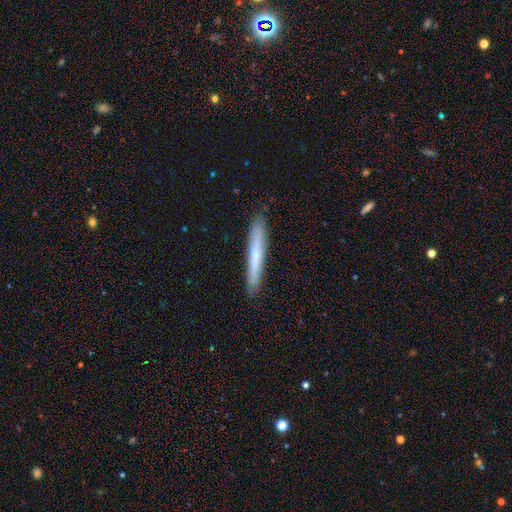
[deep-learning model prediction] smooth_or_featured: smooth (p=0.57) [alt: featured or disk p=0.36]
how_rounded: cigar-shaped (p=0.96) [alt: in between p=0.03]
merging: none (p=0.88) [alt: minor disturbance p=0.09]